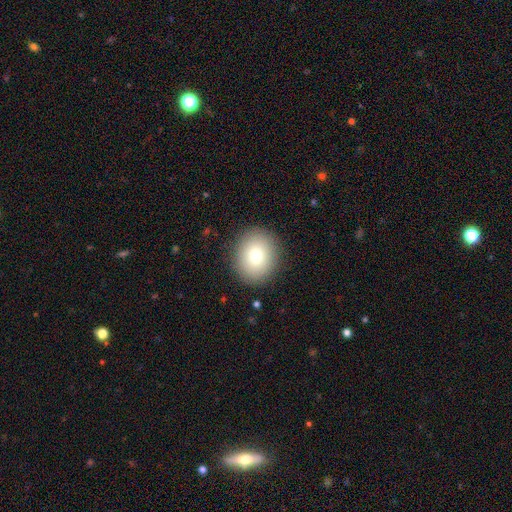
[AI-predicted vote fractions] Overall: smooth (80%). How rounded: round (66%; in between 33%). Merging: none (90%).